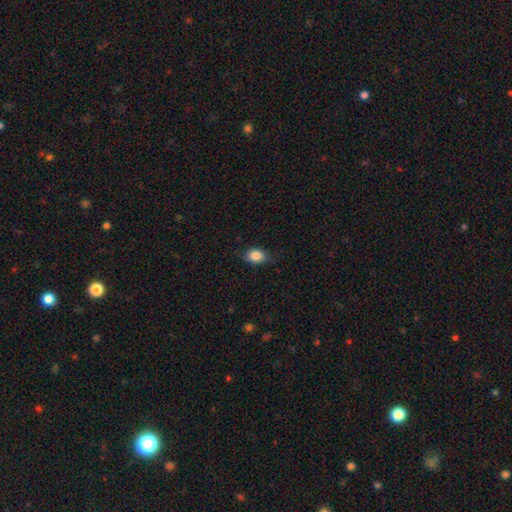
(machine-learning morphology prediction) The model was most divided on "how rounded": in between: 66%, round: 33%, cigar-shaped: 1%. More confident: smooth or featured — smooth (85%); merging — none (78%).